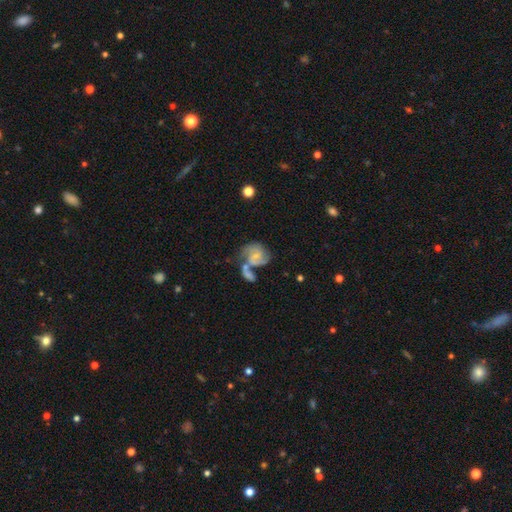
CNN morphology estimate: A featured or disk galaxy (79%) with no bar (55%), 2 (68%) medium (49%) spiral arms (94%) and a small central bulge (60%). Merging: none (38%).